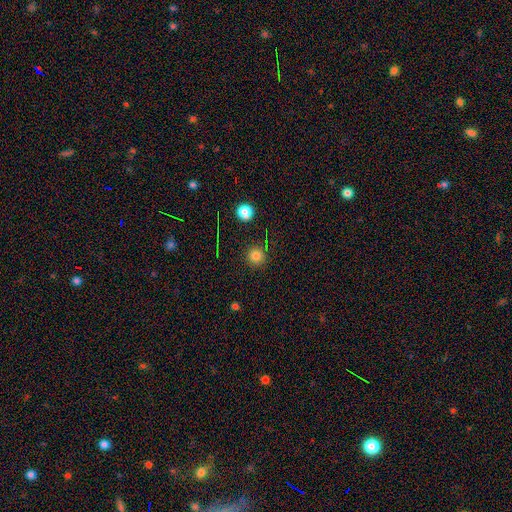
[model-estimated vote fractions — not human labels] Smooth or featured? Predicted: smooth (p=0.79). How rounded? Predicted: round (p=0.95). Merging? Predicted: none (p=0.89).